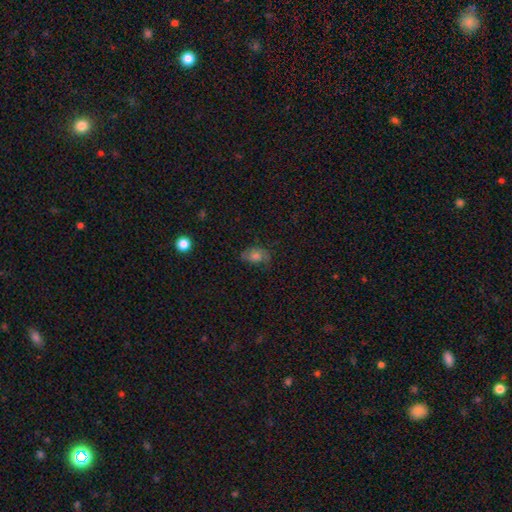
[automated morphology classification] Q: Smooth or featured?
A: smooth (58%); runner-up: featured or disk (27%)
Q: How rounded?
A: in between (75%); runner-up: round (23%)
Q: Merging?
A: none (59%); runner-up: minor disturbance (27%)